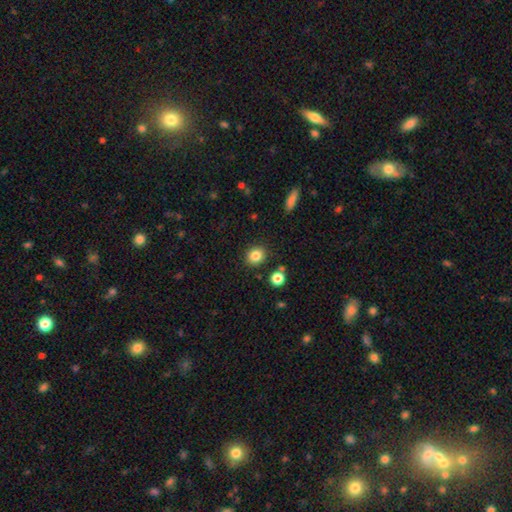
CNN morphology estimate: This is clearly a smooth galaxy (84%). How rounded: likely round (79%). Merging: clearly none (87%).